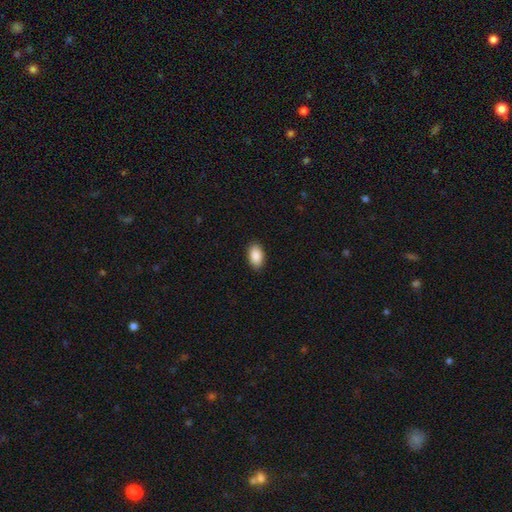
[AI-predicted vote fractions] Smooth or featured: smooth — 90% (star or artifact — 7%)
How rounded: in between — 94% (round — 5%)
Merging: none — 90% (minor disturbance — 7%)